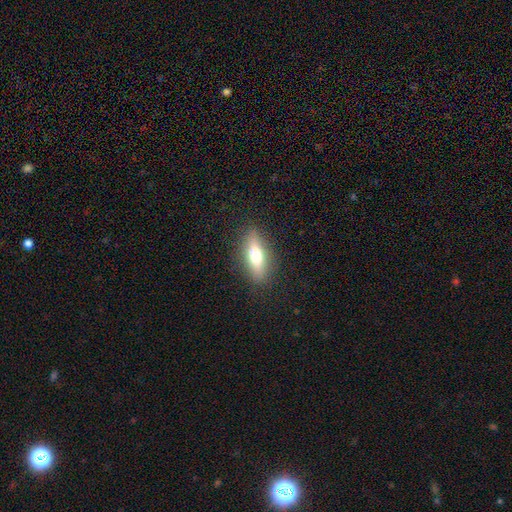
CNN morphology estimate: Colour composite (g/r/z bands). It shows a smooth galaxy with no disk features (66%) that is in between round and cigar-shaped (55%). Merging: none (87%).